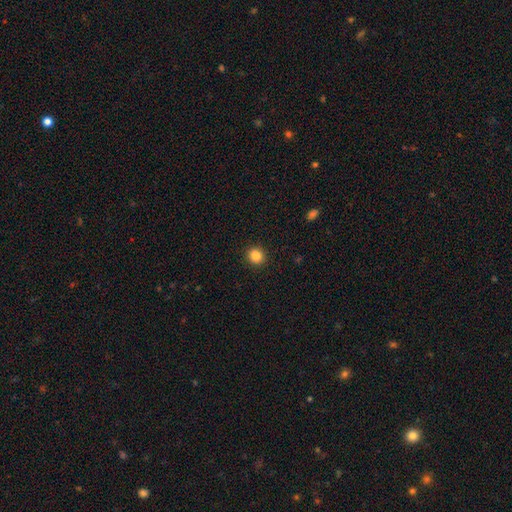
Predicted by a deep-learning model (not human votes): This is clearly a smooth galaxy (86%). How rounded: clearly round (85%). Merging: clearly none (92%).